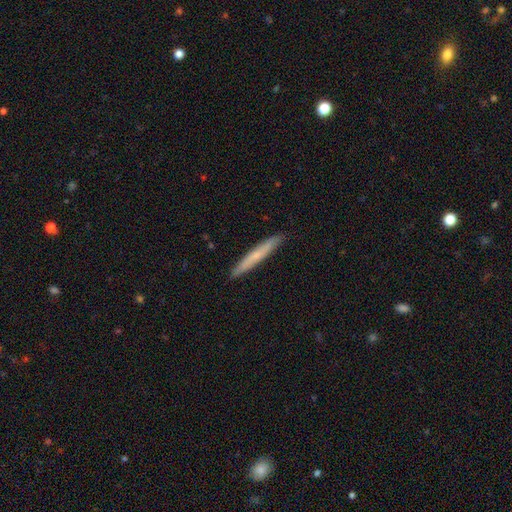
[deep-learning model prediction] smooth-or-featured: smooth: 59% | featured or disk: 35% | star or artifact: 6%
  how-rounded: cigar-shaped: 96% | in between: 3% | round: 1%
  merging: none: 91% | minor disturbance: 7% | major disturbance: 1% | merger: 1%